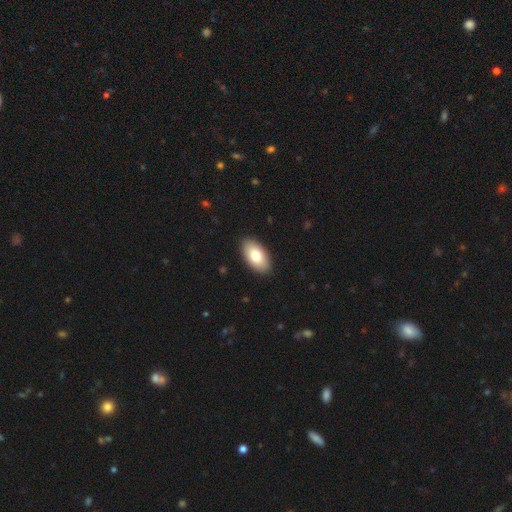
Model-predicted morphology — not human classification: This is clearly a smooth galaxy (81%). How rounded: clearly in between (95%). Merging: clearly none (90%).